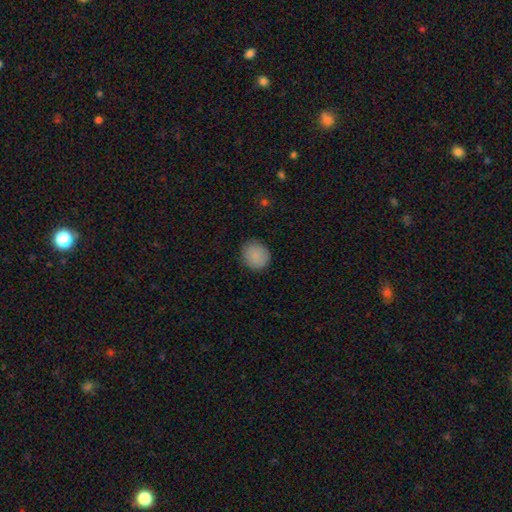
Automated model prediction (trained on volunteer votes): Smooth or featured?
  - smooth: 87% *
  - star or artifact: 8%
  - featured or disk: 5%
How rounded?
  - round: 79% *
  - in between: 20%
  - cigar-shaped: 1%
Merging?
  - none: 85% *
  - minor disturbance: 11%
  - major disturbance: 3%
  - merger: 1%